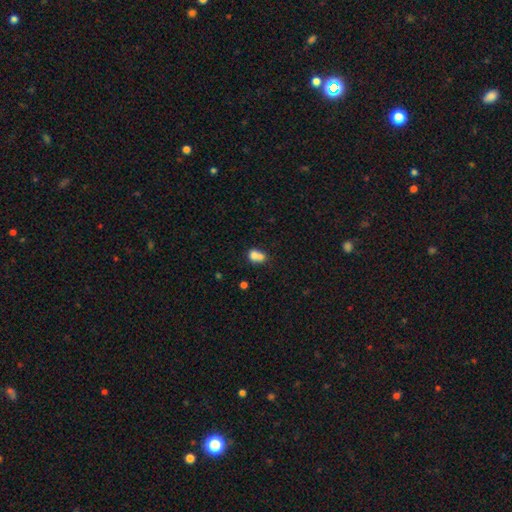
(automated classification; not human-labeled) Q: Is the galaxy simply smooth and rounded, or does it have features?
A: smooth — 71%.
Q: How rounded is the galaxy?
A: round — 53%.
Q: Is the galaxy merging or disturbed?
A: merger — 63%.